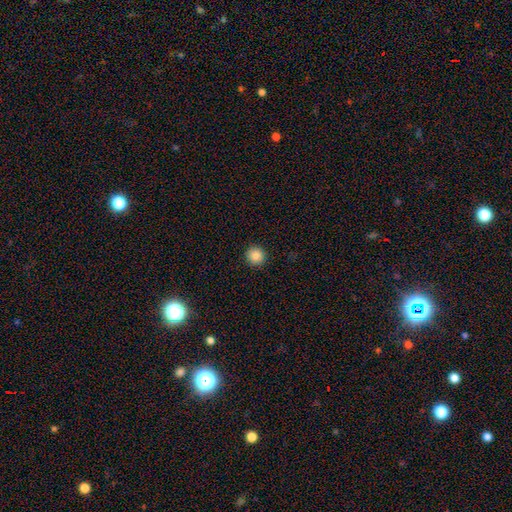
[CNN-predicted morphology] smooth_or_featured: smooth (p=0.87) [alt: star or artifact p=0.10]
how_rounded: round (p=0.95) [alt: in between p=0.04]
merging: none (p=0.92) [alt: minor disturbance p=0.05]